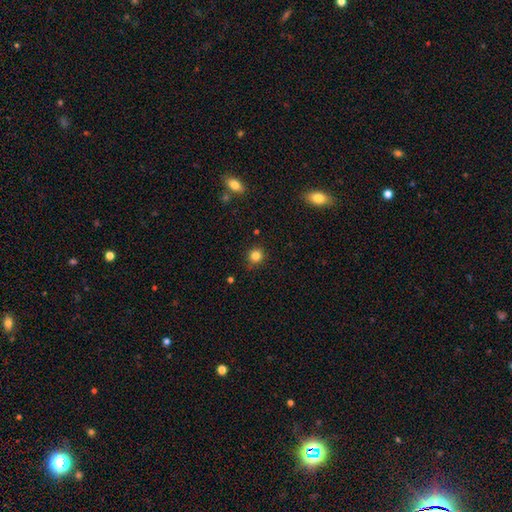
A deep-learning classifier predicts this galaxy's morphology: This is clearly a smooth galaxy (83%). How rounded: clearly round (91%). Merging: clearly none (87%).